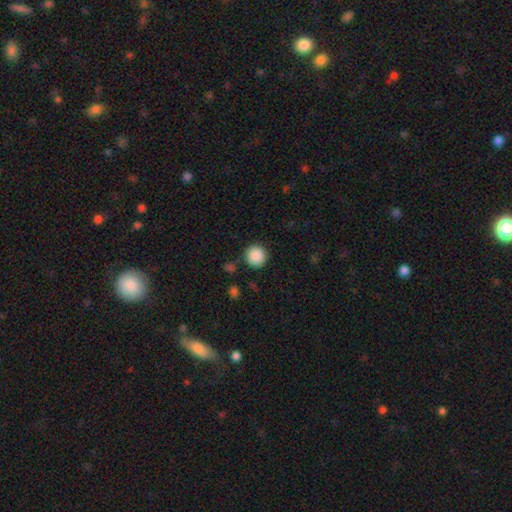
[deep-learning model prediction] This is clearly a smooth galaxy (89%). How rounded: clearly round (94%). Merging: clearly none (87%).